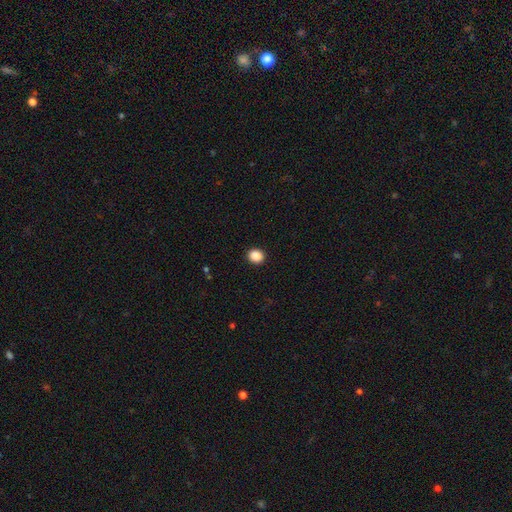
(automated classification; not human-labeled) Smooth or featured: smooth — 88% (star or artifact — 9%)
How rounded: round — 71% (in between — 28%)
Merging: none — 92% (minor disturbance — 5%)